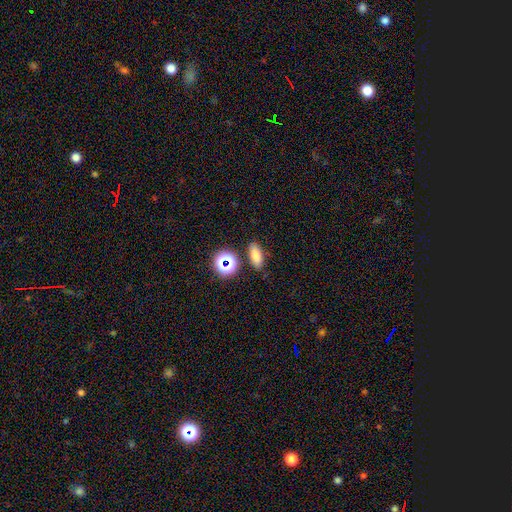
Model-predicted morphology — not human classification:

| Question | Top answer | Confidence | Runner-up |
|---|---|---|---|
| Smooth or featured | smooth | 75% | star or artifact (16%) |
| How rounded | in between | 74% | cigar-shaped (15%) |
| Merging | none | 82% | minor disturbance (10%) |